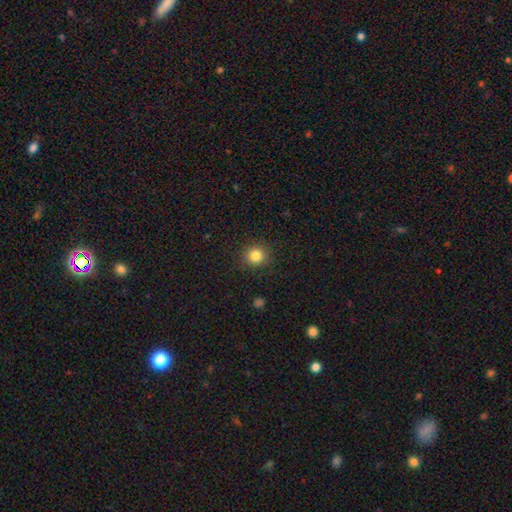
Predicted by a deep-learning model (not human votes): Overall: smooth (83%). How rounded: round (90%). Merging: none (90%).